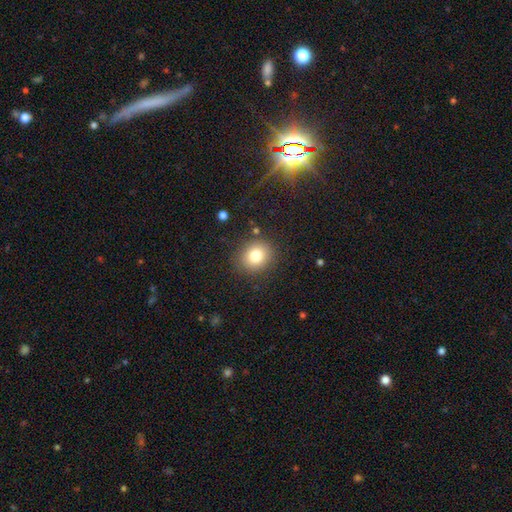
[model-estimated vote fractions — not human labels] The model was most divided on "how rounded": round: 77%, in between: 23%, cigar-shaped: 1%. More confident: merging — none (86%); smooth or featured — smooth (79%).